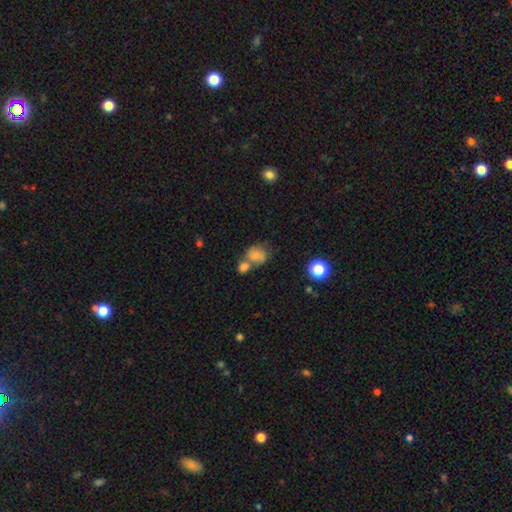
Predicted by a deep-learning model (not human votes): Smooth or featured? Predicted: smooth (p=0.76). How rounded? Predicted: round (p=0.59). Merging? Predicted: merger (p=0.50).